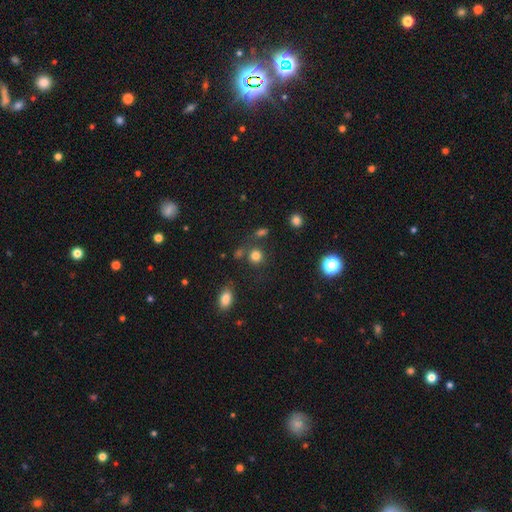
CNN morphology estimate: Smooth or featured: smooth — 79% (star or artifact — 15%)
How rounded: round — 86% (in between — 13%)
Merging: none — 74% (merger — 11%)